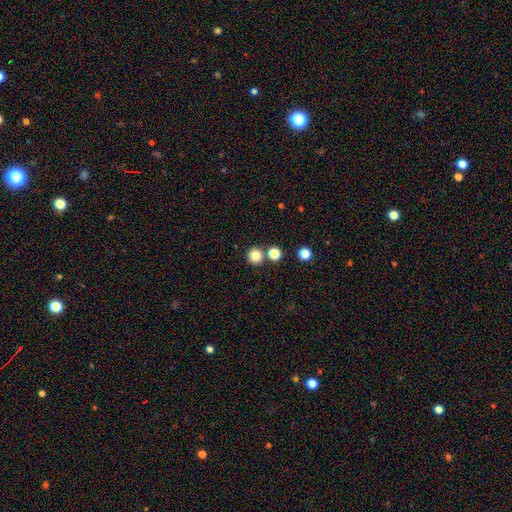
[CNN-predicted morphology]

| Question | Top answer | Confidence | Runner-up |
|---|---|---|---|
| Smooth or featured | smooth | 82% | star or artifact (12%) |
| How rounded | round | 95% | in between (4%) |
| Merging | none | 80% | merger (12%) |